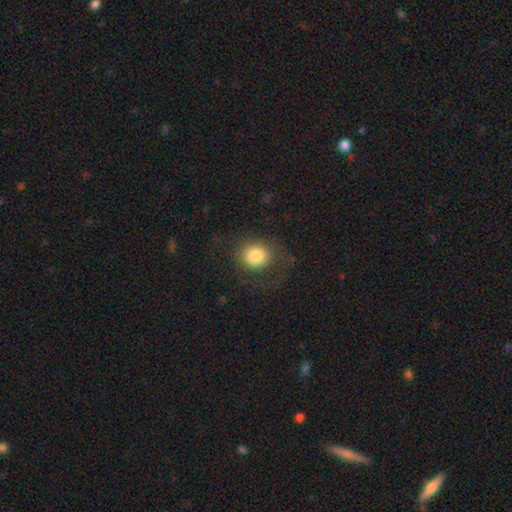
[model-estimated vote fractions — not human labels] Overall: smooth (76%). How rounded: round (75%). Merging: none (62%).